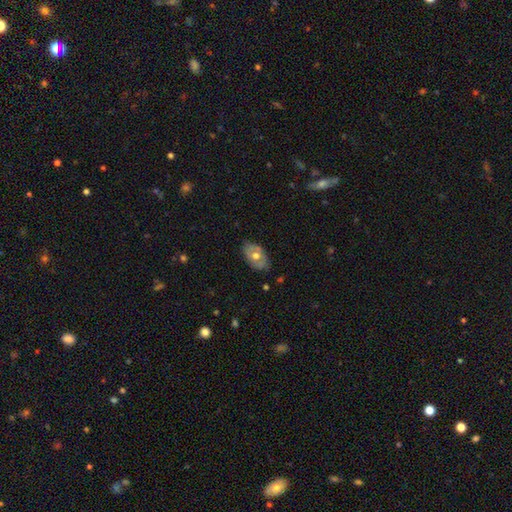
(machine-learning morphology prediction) smooth-or-featured: smooth: 48% | featured or disk: 45% | star or artifact: 7%
  merging: none: 79% | minor disturbance: 16% | major disturbance: 3% | merger: 1%